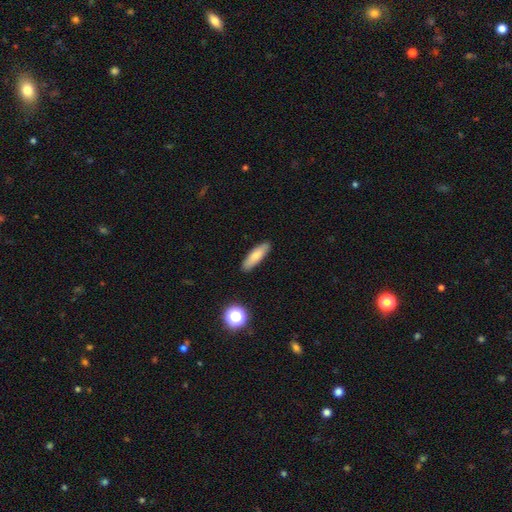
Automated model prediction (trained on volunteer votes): A smooth galaxy with no disk features (78%) that is cigar-shaped (56%).

Vote fractions:
- Smooth or featured? smooth: 78% / featured or disk: 15% / star or artifact: 7%
- How rounded? cigar-shaped: 56% / in between: 42% / round: 2%
- Merging? none: 89% / minor disturbance: 8% / major disturbance: 2% / merger: 1%